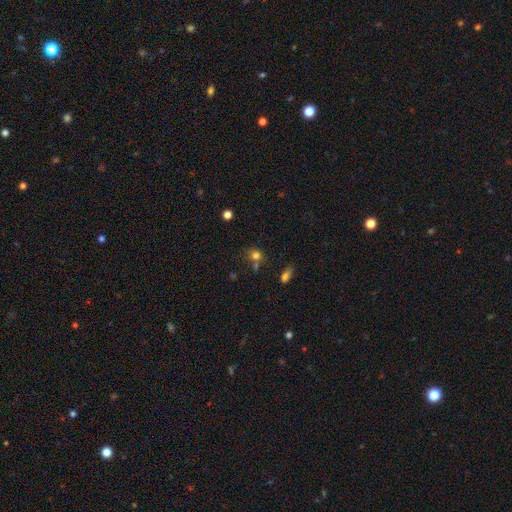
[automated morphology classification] Smooth or featured?
  - smooth: 74% *
  - star or artifact: 17%
  - featured or disk: 9%
How rounded?
  - round: 79% *
  - in between: 20%
  - cigar-shaped: 1%
Merging?
  - none: 57% *
  - merger: 22%
  - minor disturbance: 15%
  - major disturbance: 6%